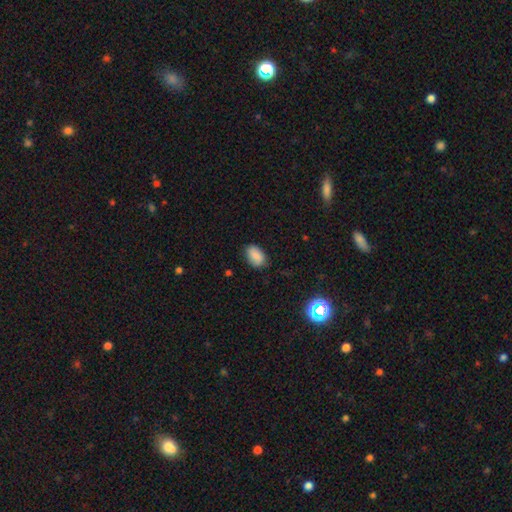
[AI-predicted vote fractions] smooth_or_featured: smooth (p=0.85) [alt: star or artifact p=0.09]
how_rounded: in between (p=0.87) [alt: round p=0.12]
merging: none (p=0.79) [alt: minor disturbance p=0.17]